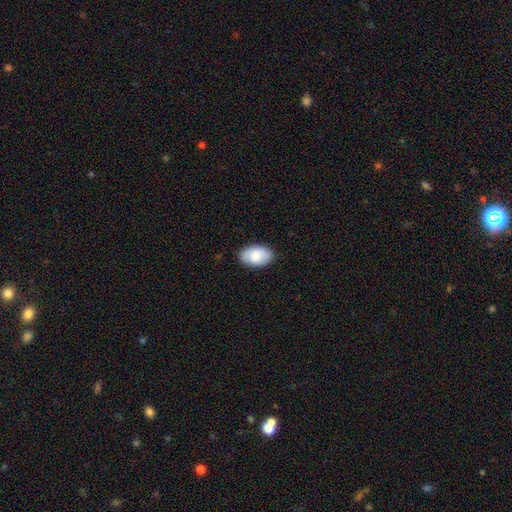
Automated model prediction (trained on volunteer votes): smooth_or_featured: smooth (p=0.83) [alt: featured or disk p=0.11]
how_rounded: in between (p=0.93) [alt: round p=0.06]
merging: none (p=0.85) [alt: minor disturbance p=0.12]